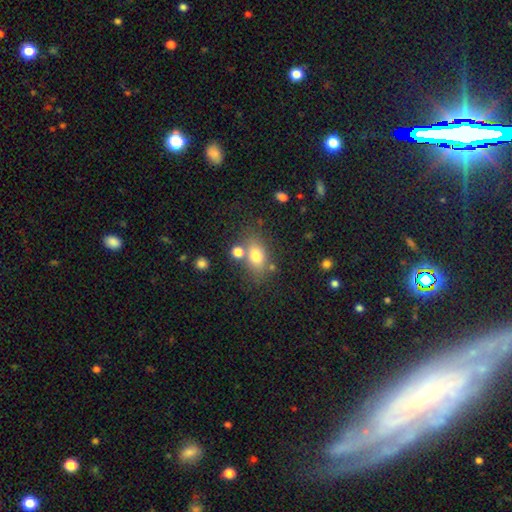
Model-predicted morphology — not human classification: Smooth or featured: smooth — 74% (featured or disk — 14%)
How rounded: in between — 75% (round — 22%)
Merging: none — 67% (merger — 14%)